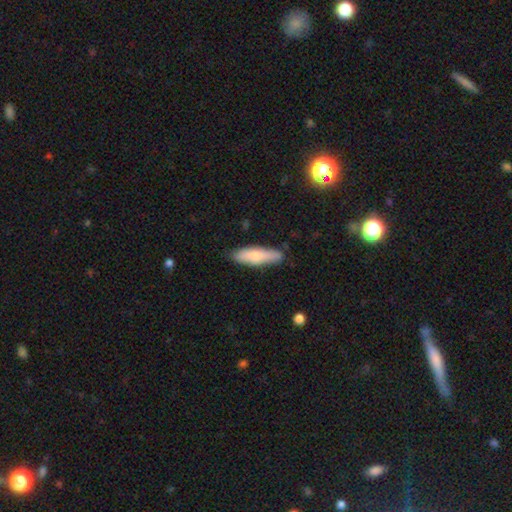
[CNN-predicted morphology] smooth-or-featured: smooth: 71% | featured or disk: 24% | star or artifact: 6%
  how-rounded: cigar-shaped: 59% | in between: 39% | round: 2%
  merging: none: 80% | minor disturbance: 16% | major disturbance: 3% | merger: 2%